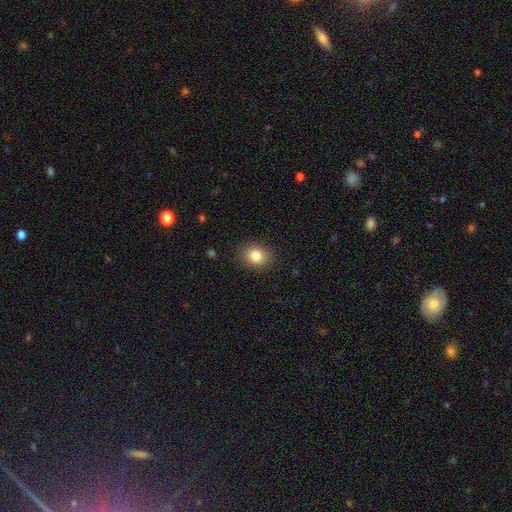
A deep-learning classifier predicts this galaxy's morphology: This is clearly a smooth galaxy (83%). How rounded: possibly round (57%). Merging: clearly none (88%).